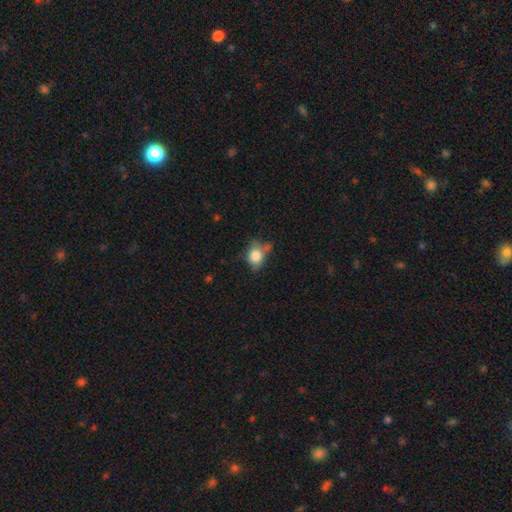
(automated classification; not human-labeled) Overall: smooth (80%). How rounded: in between (54%; round 45%). Merging: none (52%; minor disturbance 29%).